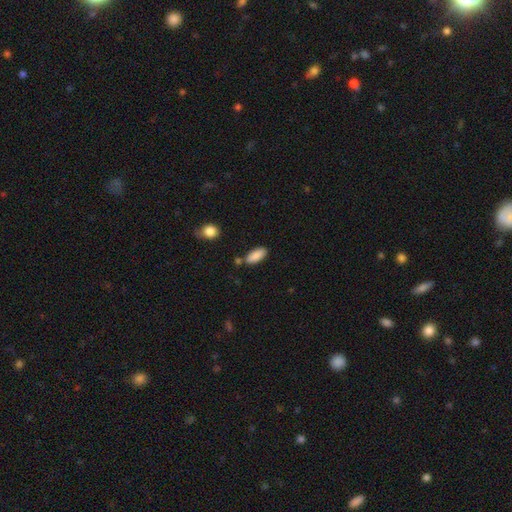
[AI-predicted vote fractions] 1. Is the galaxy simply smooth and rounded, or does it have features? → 89% smooth, 7% star or artifact, 4% featured or disk.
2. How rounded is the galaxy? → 86% in between, 12% cigar-shaped, 2% round.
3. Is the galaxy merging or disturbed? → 76% none, 13% minor disturbance, 8% merger, 3% major disturbance.